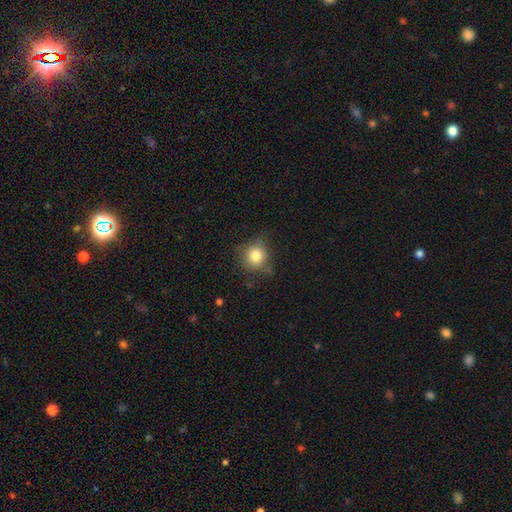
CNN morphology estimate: type=smooth (79%); roundness=round (85%); merging=none (70%).